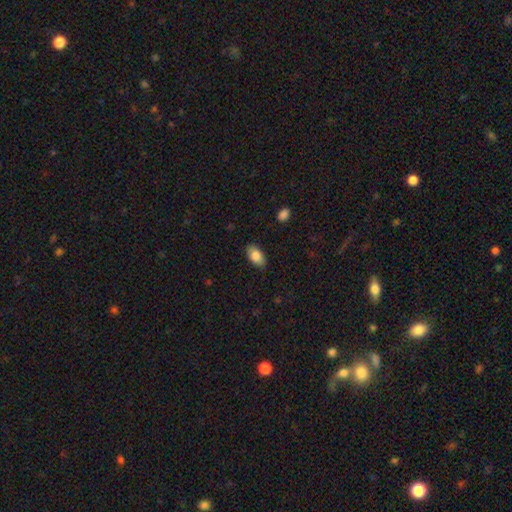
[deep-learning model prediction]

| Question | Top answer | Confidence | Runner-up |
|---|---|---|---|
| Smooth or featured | smooth | 83% | featured or disk (10%) |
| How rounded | in between | 93% | round (4%) |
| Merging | none | 87% | minor disturbance (10%) |